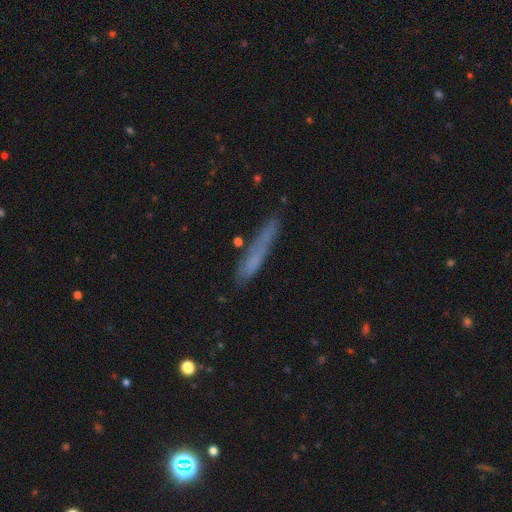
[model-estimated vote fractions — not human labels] This appears to be a smooth galaxy with no disk features (64%) that is cigar-shaped (93%). Merging: none (74%).